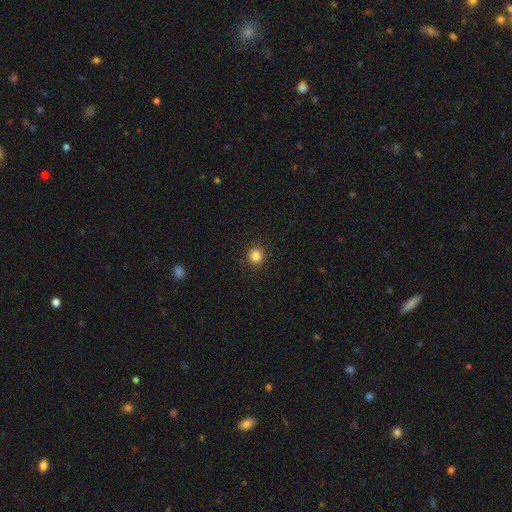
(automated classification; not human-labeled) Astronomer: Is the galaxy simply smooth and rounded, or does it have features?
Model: smooth — 85%.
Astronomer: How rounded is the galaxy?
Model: round — 90%.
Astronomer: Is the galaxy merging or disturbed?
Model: none — 91%.